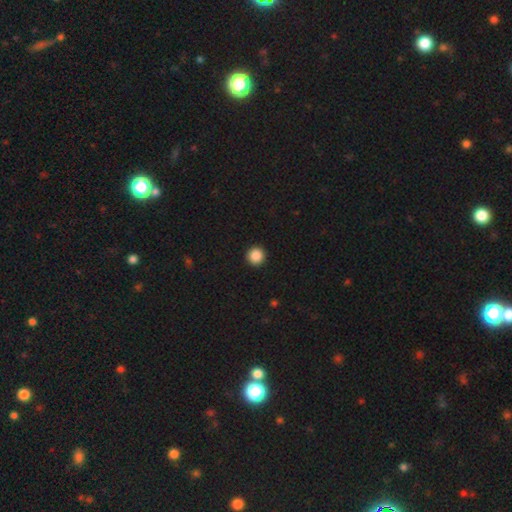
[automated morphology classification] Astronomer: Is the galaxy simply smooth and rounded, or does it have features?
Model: smooth — 88%.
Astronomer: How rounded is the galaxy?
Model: round — 96%.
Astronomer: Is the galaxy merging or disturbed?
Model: none — 93%.